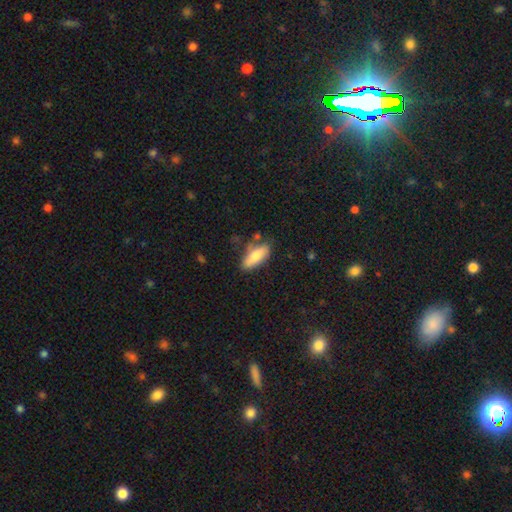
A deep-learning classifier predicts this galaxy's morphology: Smooth or featured? Predicted: smooth (p=0.74). How rounded? Predicted: in between (p=0.69). Merging? Predicted: none (p=0.66).